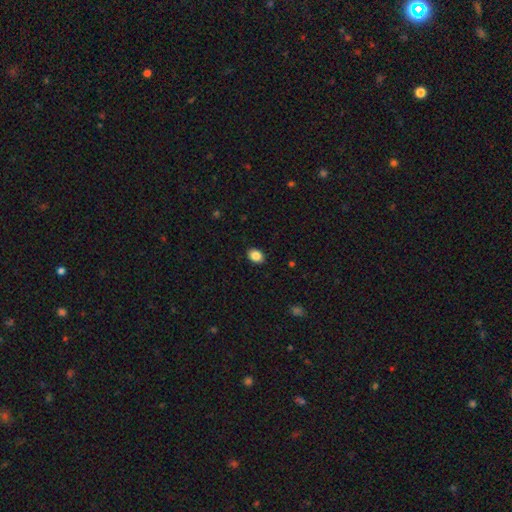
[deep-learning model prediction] Smooth or featured? Predicted: smooth (p=0.87). How rounded? Predicted: in between (p=0.71). Merging? Predicted: none (p=0.89).